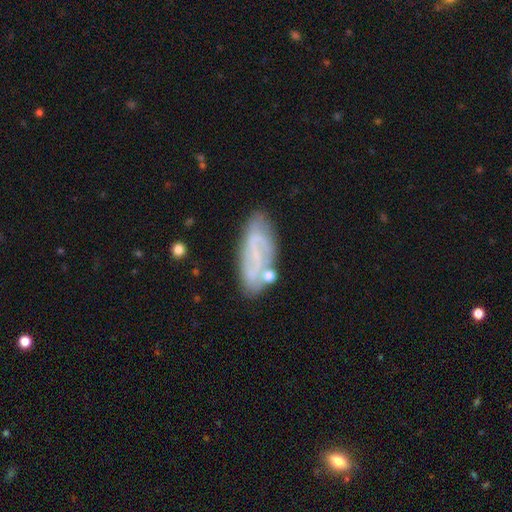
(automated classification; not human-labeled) Smooth or featured? featured or disk (52%)
Edge-on disk? no (85%)
Merging? none (67%)